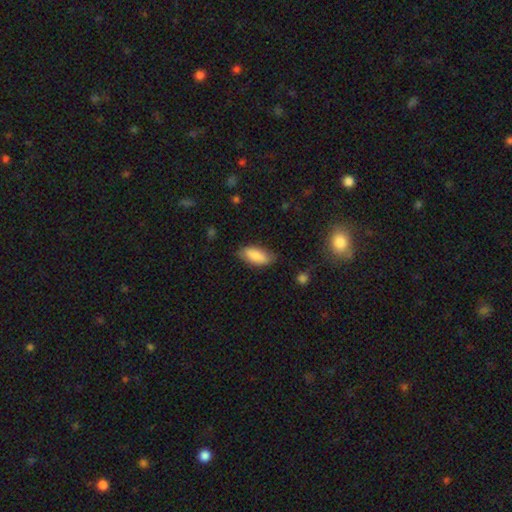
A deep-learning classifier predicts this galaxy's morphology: A smooth galaxy with no disk features (83%) that is in between round and cigar-shaped (85%). Merging: none (73%).